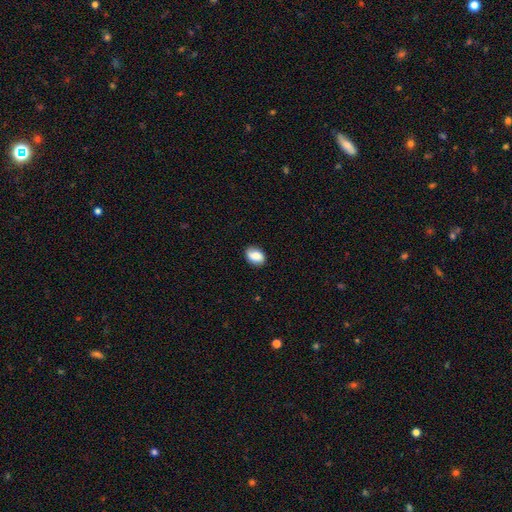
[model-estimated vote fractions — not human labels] Smooth or featured: smooth — 79% (featured or disk — 13%)
How rounded: in between — 76% (round — 22%)
Merging: none — 83% (minor disturbance — 13%)